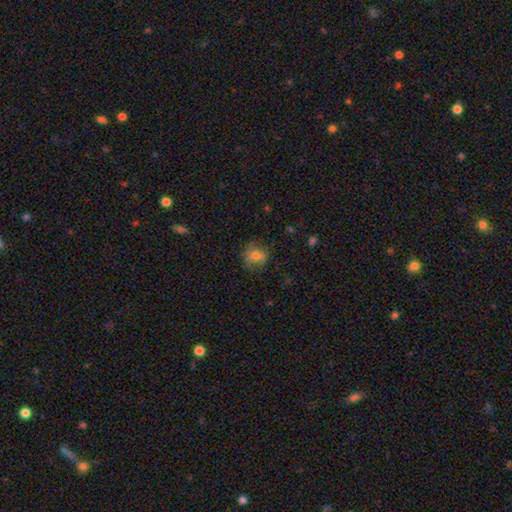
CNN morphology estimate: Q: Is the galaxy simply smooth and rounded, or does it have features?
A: smooth — 68%.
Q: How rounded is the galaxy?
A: round — 71%.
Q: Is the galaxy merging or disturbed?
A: none — 69%.